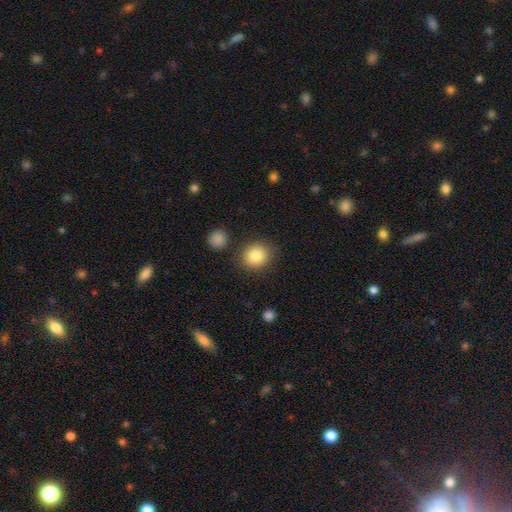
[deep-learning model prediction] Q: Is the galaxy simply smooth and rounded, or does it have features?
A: smooth — 85%.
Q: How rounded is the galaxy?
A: round — 77%.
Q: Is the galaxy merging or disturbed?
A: none — 82%.